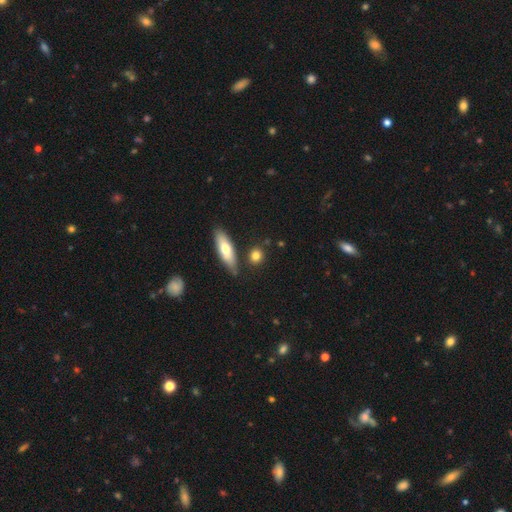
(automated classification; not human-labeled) Smooth or featured: smooth — 78% (featured or disk — 14%)
How rounded: round — 61% (in between — 26%)
Merging: none — 78% (minor disturbance — 11%)